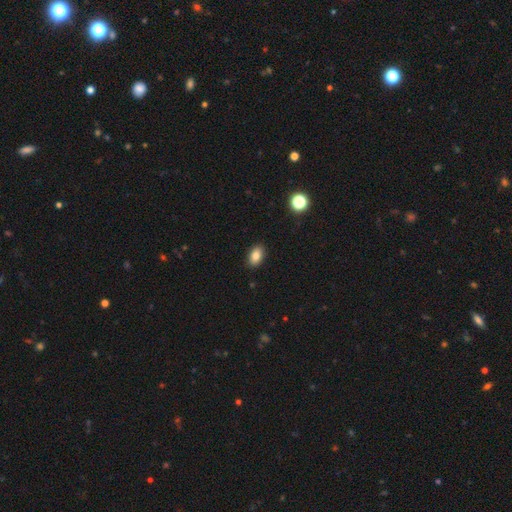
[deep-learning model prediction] Smooth or featured?
  - smooth: 83% *
  - star or artifact: 9%
  - featured or disk: 7%
How rounded?
  - in between: 89% *
  - round: 9%
  - cigar-shaped: 2%
Merging?
  - none: 89% *
  - minor disturbance: 8%
  - major disturbance: 2%
  - merger: 1%